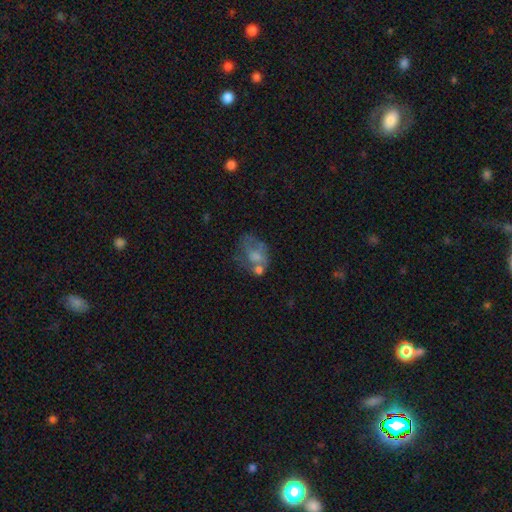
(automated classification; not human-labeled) Smooth or featured: featured or disk — 44% (smooth — 43%)
Merging: none — 33% (major disturbance — 24%)